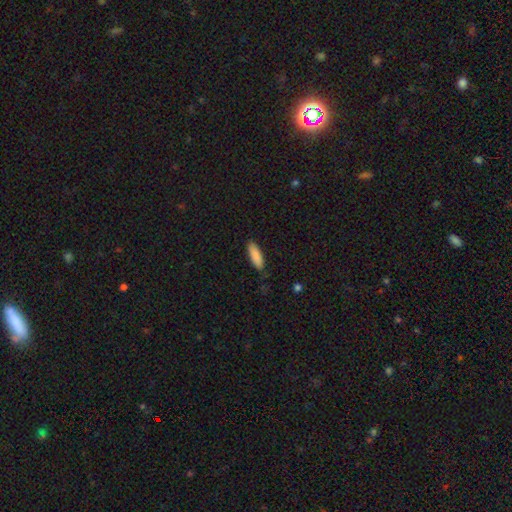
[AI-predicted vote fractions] Q: Smooth or featured?
A: smooth (88%); runner-up: star or artifact (6%)
Q: How rounded?
A: in between (50%); runner-up: cigar-shaped (49%)
Q: Merging?
A: none (84%); runner-up: minor disturbance (13%)